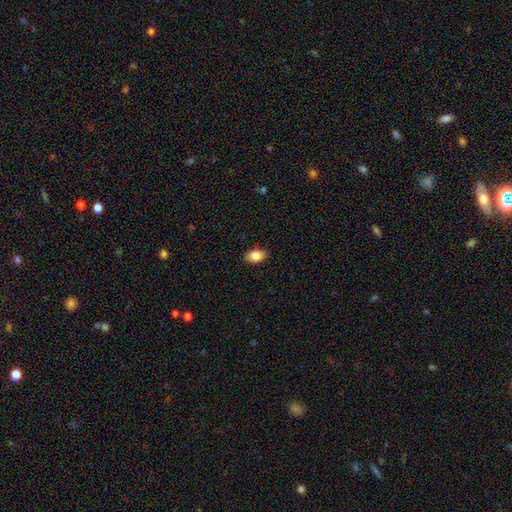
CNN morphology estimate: type=smooth (84%); roundness=in between (90%); merging=none (88%).